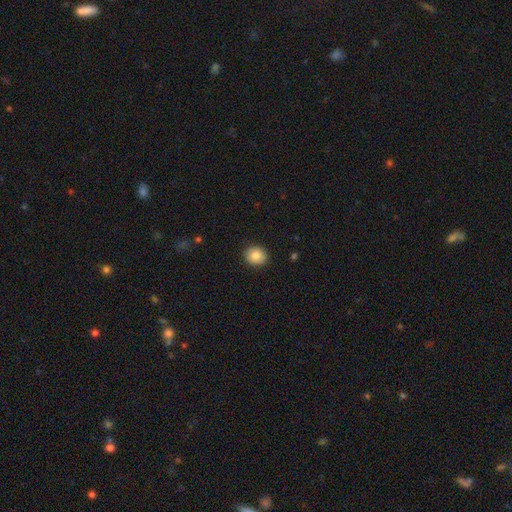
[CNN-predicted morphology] The model was most divided on "how rounded": round: 74%, in between: 25%, cigar-shaped: 1%. More confident: merging — none (90%); smooth or featured — smooth (84%).